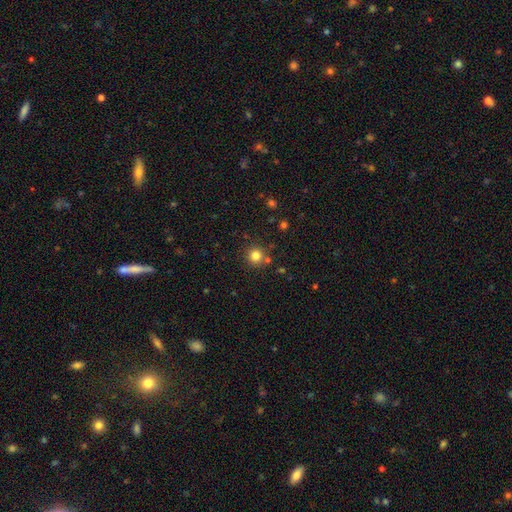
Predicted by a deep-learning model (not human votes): Smooth or featured? smooth (81%)
How rounded? round (94%)
Merging? none (82%)